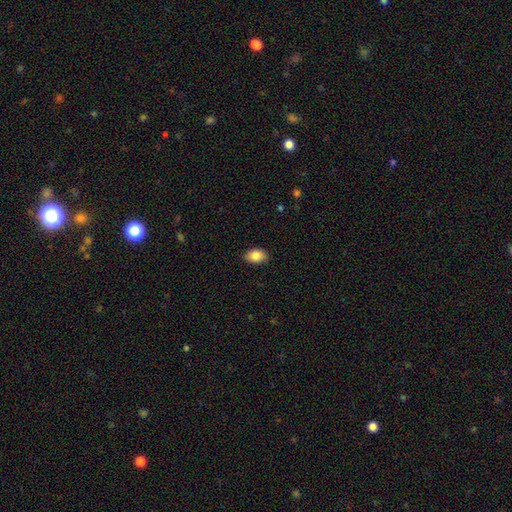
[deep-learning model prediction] Smooth or featured?
  - smooth: 86% *
  - star or artifact: 8%
  - featured or disk: 6%
How rounded?
  - in between: 83% *
  - round: 16%
  - cigar-shaped: 1%
Merging?
  - none: 87% *
  - minor disturbance: 10%
  - major disturbance: 2%
  - merger: 1%